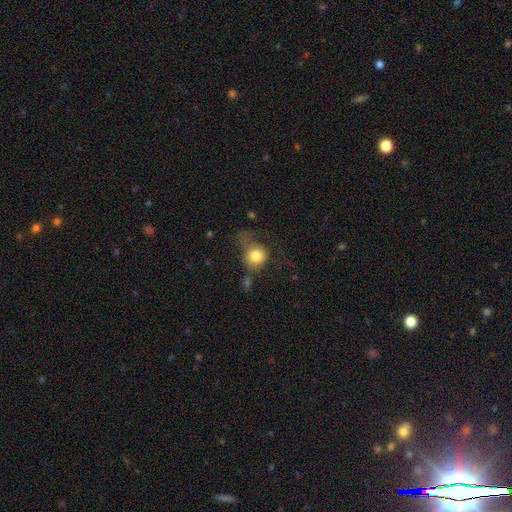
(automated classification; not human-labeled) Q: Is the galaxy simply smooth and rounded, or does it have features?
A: smooth — 78%.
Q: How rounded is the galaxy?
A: round — 81%.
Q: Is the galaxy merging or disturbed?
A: none — 38%.